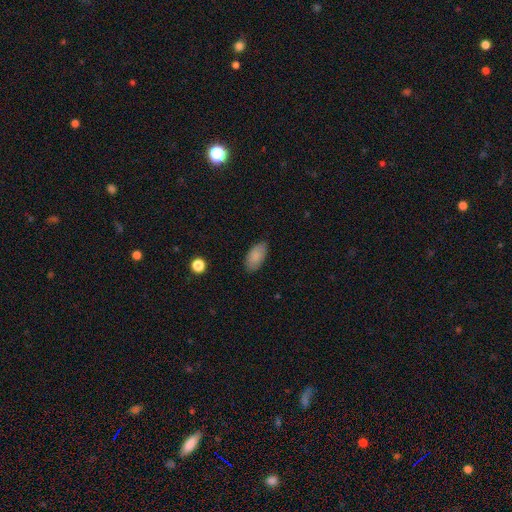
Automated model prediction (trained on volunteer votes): smooth 87%, star or artifact 7%, featured or disk 6%. Down the decision tree: how rounded — in between (93%); merging — none (83%).